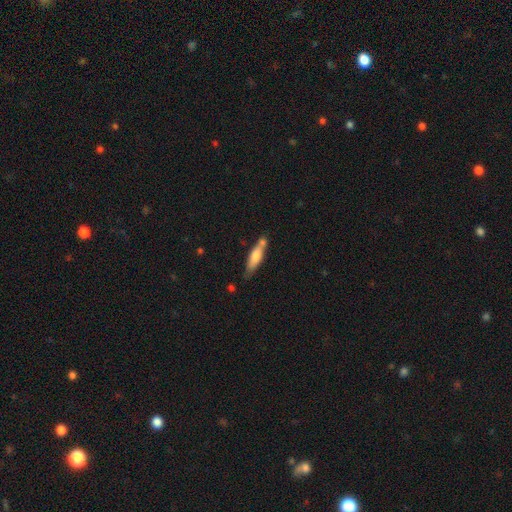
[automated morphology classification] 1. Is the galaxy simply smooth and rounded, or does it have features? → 67% smooth, 27% featured or disk, 6% star or artifact.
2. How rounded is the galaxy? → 70% cigar-shaped, 28% in between, 2% round.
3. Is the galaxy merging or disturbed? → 60% none, 18% minor disturbance, 18% merger, 4% major disturbance.